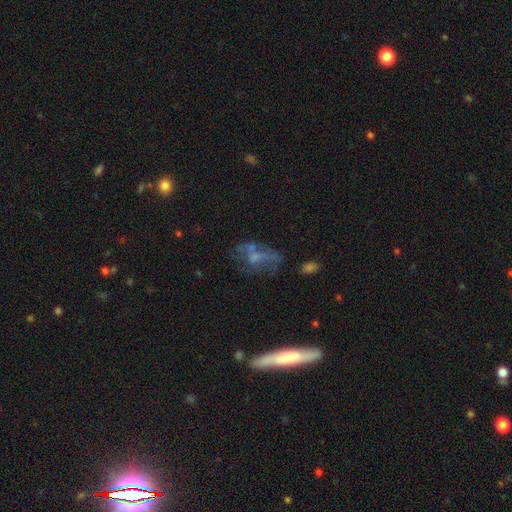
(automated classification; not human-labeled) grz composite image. It shows a featured or disk galaxy (52%). Merging: none (37%).